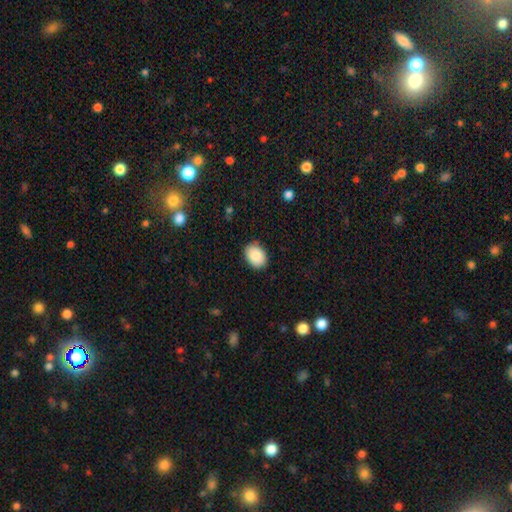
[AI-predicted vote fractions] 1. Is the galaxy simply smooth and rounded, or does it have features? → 87% smooth, 7% star or artifact, 6% featured or disk.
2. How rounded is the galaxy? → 68% in between, 31% round, 1% cigar-shaped.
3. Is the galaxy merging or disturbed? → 88% none, 9% minor disturbance, 2% major disturbance, 1% merger.